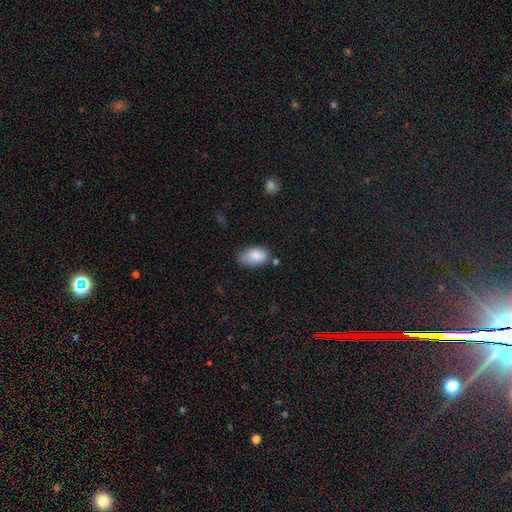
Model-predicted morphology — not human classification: The model was most divided on "merging": none: 62%, minor disturbance: 26%, merger: 6%, major disturbance: 5%. More confident: how rounded — in between (93%); smooth or featured — smooth (86%).